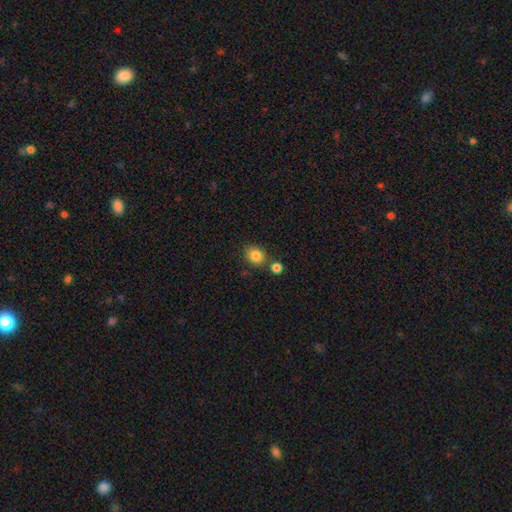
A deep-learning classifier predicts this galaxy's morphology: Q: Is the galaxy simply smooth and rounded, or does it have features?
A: smooth — 84%.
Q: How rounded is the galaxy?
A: round — 67%.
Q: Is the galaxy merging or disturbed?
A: none — 71%.